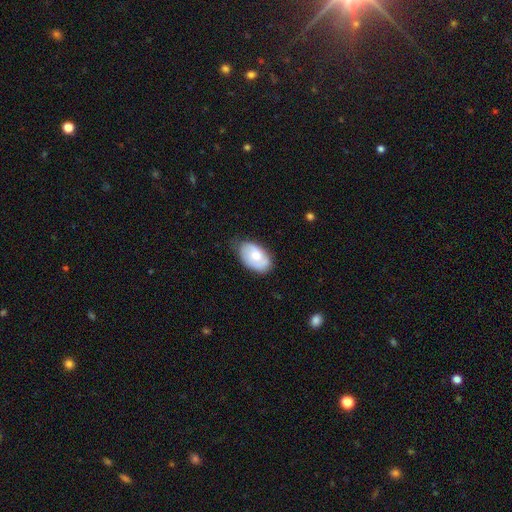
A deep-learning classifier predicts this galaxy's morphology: Smooth or featured? smooth (58%)
How rounded? in between (91%)
Merging? none (67%)